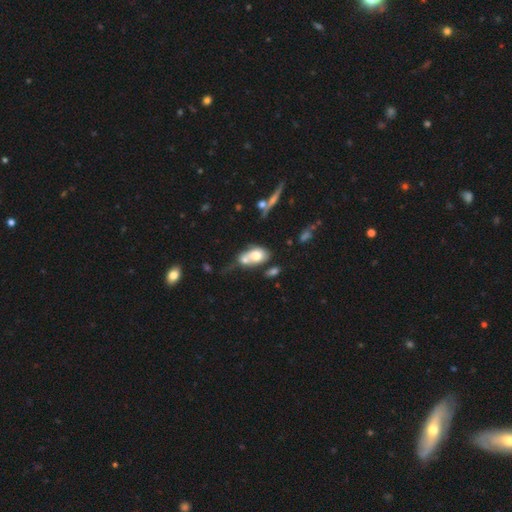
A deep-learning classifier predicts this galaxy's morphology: Smooth or featured? Predicted: smooth (p=0.64). How rounded? Predicted: in between (p=0.77). Merging? Predicted: merger (p=0.58).